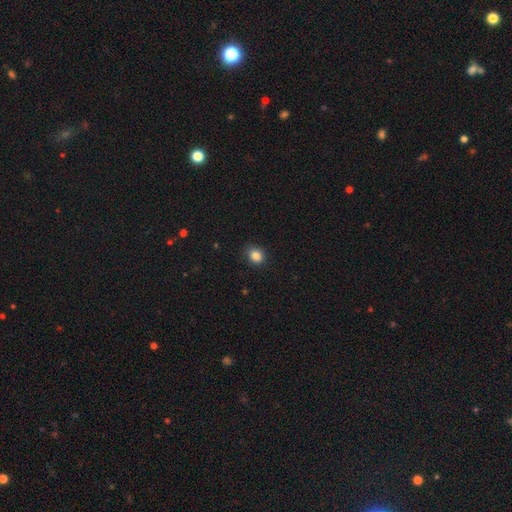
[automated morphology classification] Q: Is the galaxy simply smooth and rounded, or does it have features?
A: smooth — 85%.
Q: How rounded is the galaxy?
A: round — 63%.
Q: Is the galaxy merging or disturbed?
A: none — 86%.